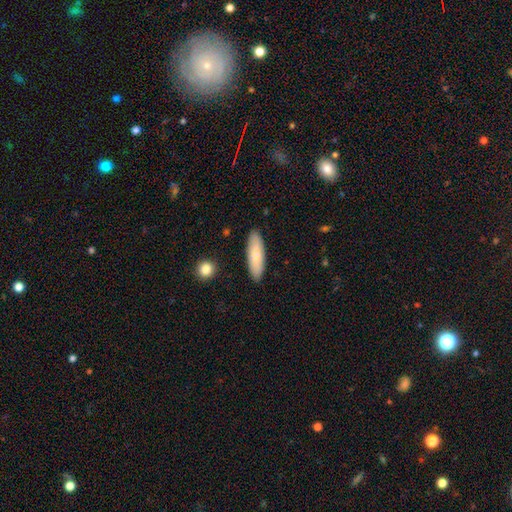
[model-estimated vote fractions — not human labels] Morphology: type=smooth (72%); roundness=cigar-shaped (52%); merging=none (89%).